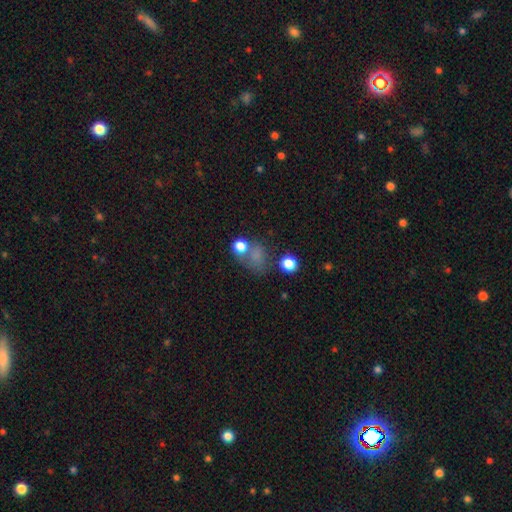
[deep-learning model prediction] Morphology: type=smooth (69%); roundness=round (56%); merging=none (40%).